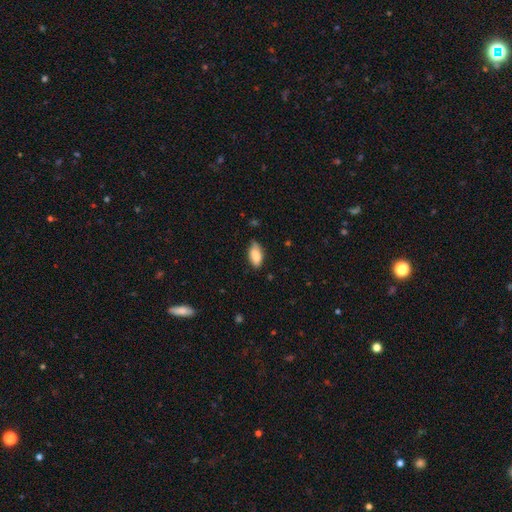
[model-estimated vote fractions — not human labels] A smooth galaxy with no disk features (84%) that is in between round and cigar-shaped (90%).

Vote fractions:
- Smooth or featured? smooth: 84% / featured or disk: 9% / star or artifact: 7%
- How rounded? in between: 90% / cigar-shaped: 8% / round: 3%
- Merging? none: 68% / minor disturbance: 27% / major disturbance: 4% / merger: 1%